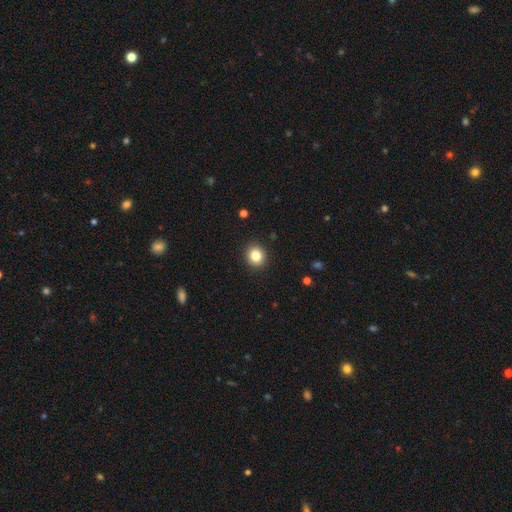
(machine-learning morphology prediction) Overall: smooth (84%). How rounded: round (81%). Merging: none (92%).